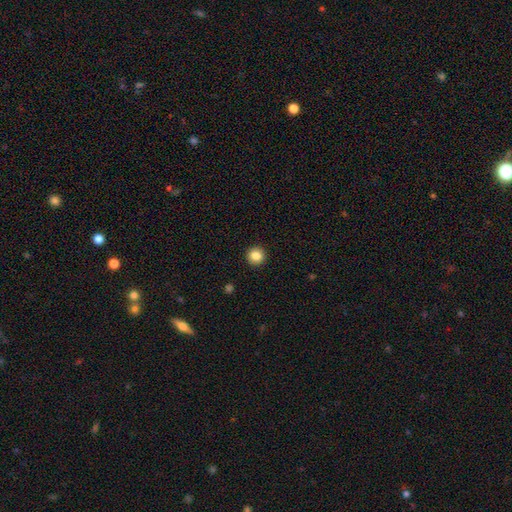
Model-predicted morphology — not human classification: A smooth galaxy with no disk features (85%) that is round (94%).

Vote fractions:
- Smooth or featured? smooth: 85% / star or artifact: 10% / featured or disk: 4%
- How rounded? round: 94% / in between: 5% / cigar-shaped: 1%
- Merging? none: 93% / minor disturbance: 4% / major disturbance: 2% / merger: 1%